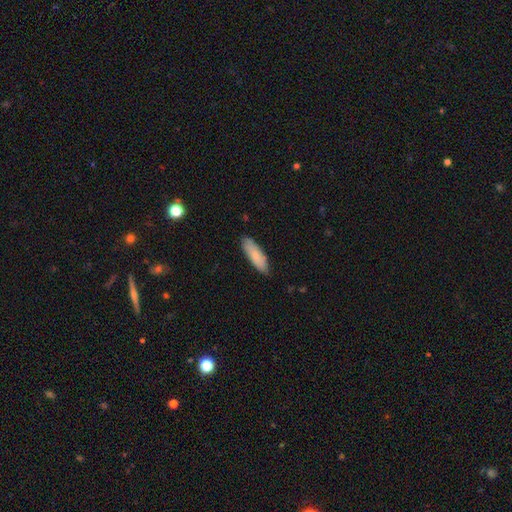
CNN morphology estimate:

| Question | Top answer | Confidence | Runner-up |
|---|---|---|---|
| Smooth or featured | smooth | 79% | featured or disk (16%) |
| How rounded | cigar-shaped | 50% | in between (48%) |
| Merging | none | 84% | minor disturbance (13%) |